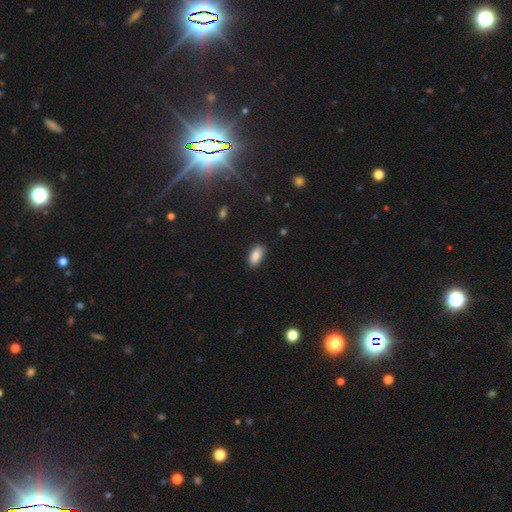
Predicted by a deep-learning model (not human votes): This is clearly a smooth galaxy (87%). How rounded: clearly in between (89%). Merging: clearly none (86%).